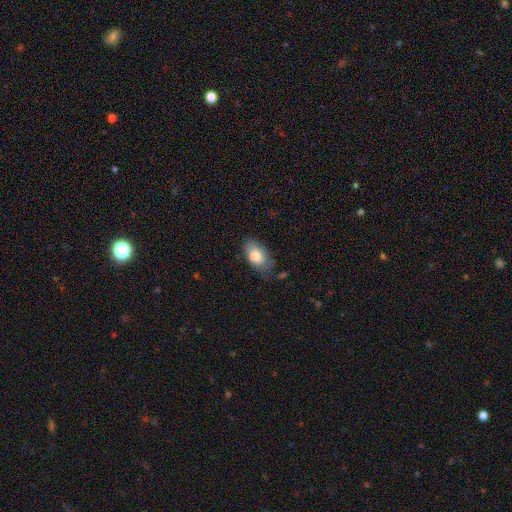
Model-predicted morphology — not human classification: smooth_or_featured: smooth (p=0.80) [alt: featured or disk p=0.13]
how_rounded: in between (p=0.93) [alt: round p=0.05]
merging: none (p=0.63) [alt: minor disturbance p=0.28]